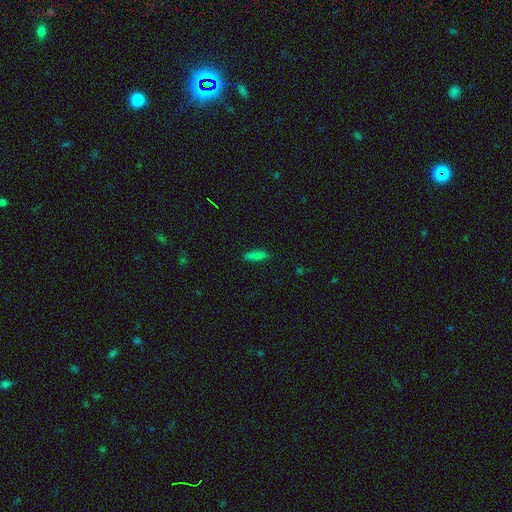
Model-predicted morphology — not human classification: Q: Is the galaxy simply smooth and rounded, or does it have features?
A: smooth — 83%.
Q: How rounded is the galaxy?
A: cigar-shaped — 68%.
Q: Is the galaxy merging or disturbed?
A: none — 86%.